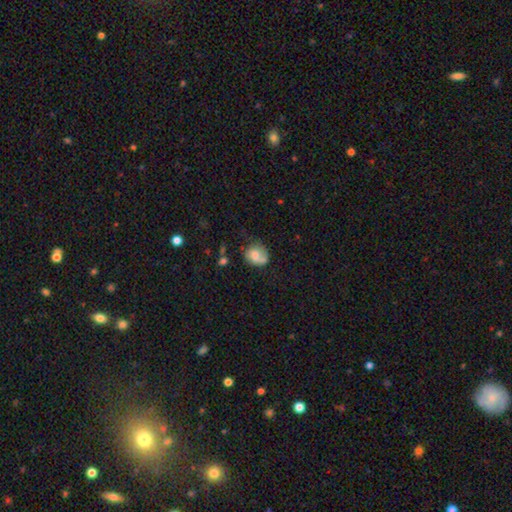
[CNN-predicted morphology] smooth_or_featured: smooth (p=0.51) [alt: featured or disk p=0.41]
how_rounded: round (p=0.64) [alt: in between p=0.35]
merging: none (p=0.52) [alt: minor disturbance p=0.26]